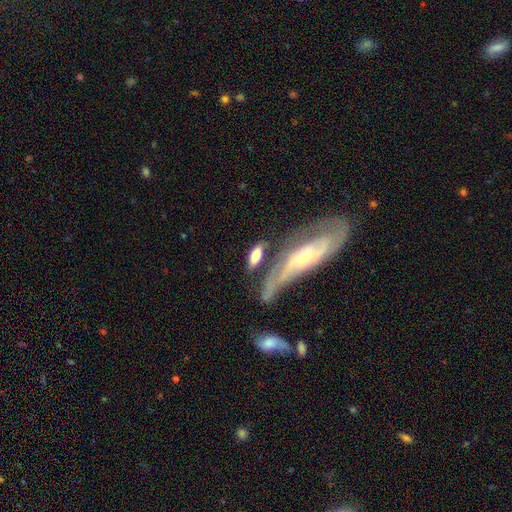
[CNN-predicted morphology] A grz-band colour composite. It shows a smooth galaxy with no disk features (70%) that is in between round and cigar-shaped (73%). Merging: none (54%).